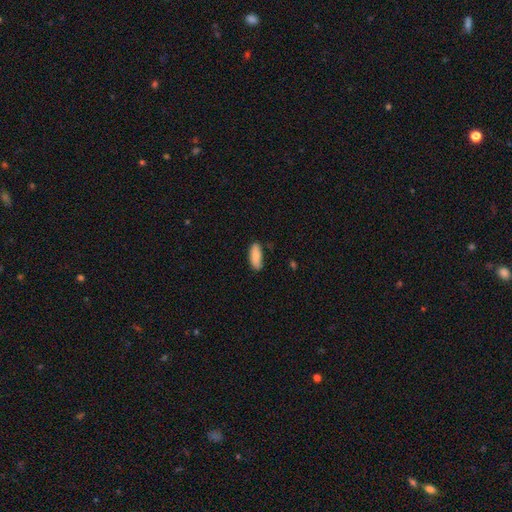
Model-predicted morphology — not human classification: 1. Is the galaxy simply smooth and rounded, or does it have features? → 87% smooth, 7% featured or disk, 6% star or artifact.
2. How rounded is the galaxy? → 72% in between, 26% cigar-shaped, 2% round.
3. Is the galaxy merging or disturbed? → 79% none, 17% minor disturbance, 3% major disturbance, 2% merger.